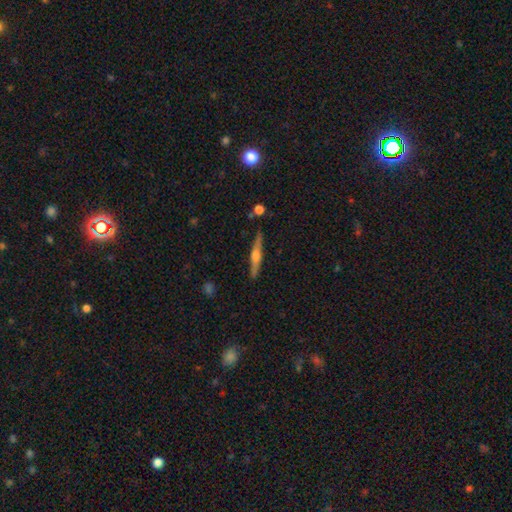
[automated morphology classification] This is likely a featured or disk galaxy (74%). It is clearly viewed edge-on (98%). Edge-on bulge: clearly rounded (87%). Merging: clearly none (89%).